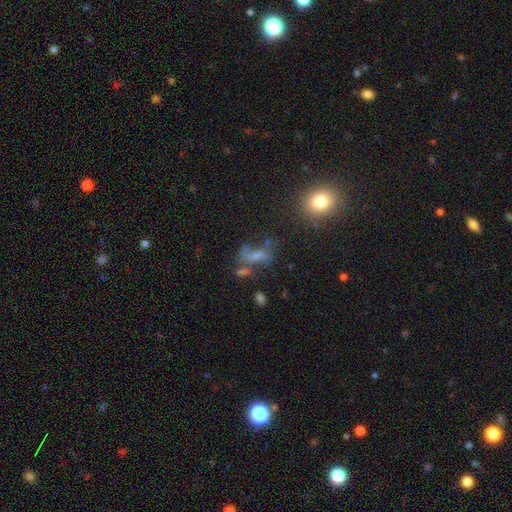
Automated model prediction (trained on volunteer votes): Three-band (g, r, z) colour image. It shows a featured or disk galaxy (45%). Merging: none (41%).